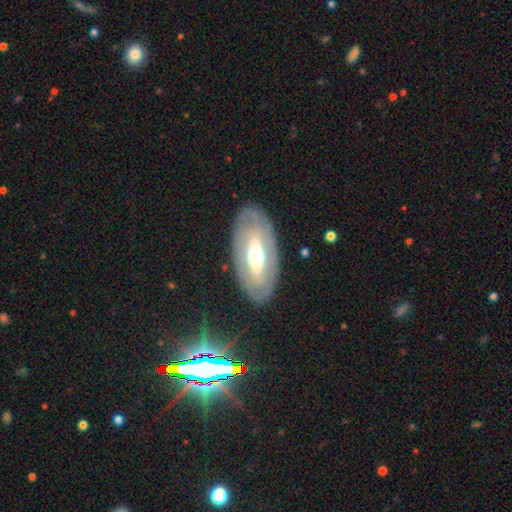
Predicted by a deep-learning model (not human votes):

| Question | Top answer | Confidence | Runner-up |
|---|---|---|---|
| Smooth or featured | featured or disk | 60% | smooth (34%) |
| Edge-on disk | no | 82% | yes (18%) |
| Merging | none | 83% | minor disturbance (11%) |